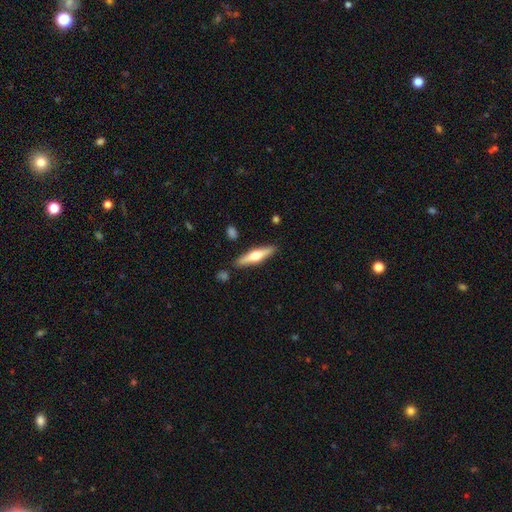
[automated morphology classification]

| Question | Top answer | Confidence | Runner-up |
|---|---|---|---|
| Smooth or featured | featured or disk | 58% | smooth (36%) |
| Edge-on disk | yes | 95% | no (5%) |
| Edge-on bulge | rounded | 94% | boxy (3%) |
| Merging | none | 88% | minor disturbance (8%) |